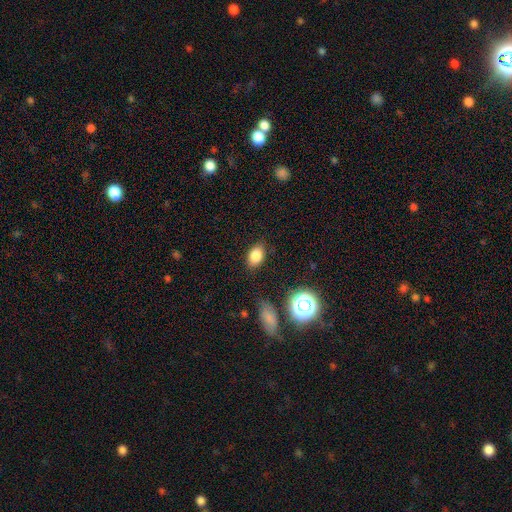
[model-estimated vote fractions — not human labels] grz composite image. It shows a smooth galaxy with no disk features (82%) that is in between round and cigar-shaped (82%). Merging: none (83%).